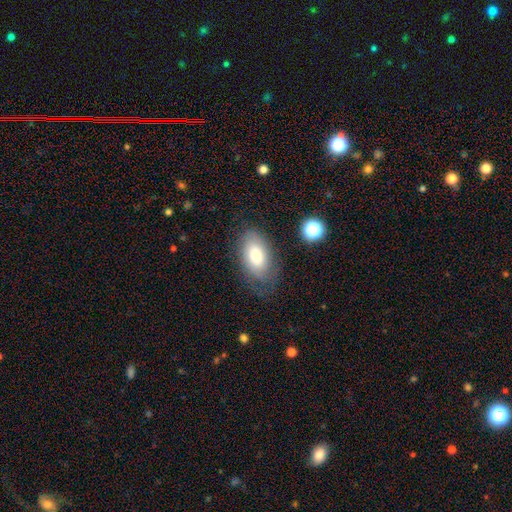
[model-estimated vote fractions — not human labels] The model was most divided on "merging": none: 70%, minor disturbance: 19%, major disturbance: 9%, merger: 2%. More confident: how rounded — in between (93%); smooth or featured — smooth (75%).